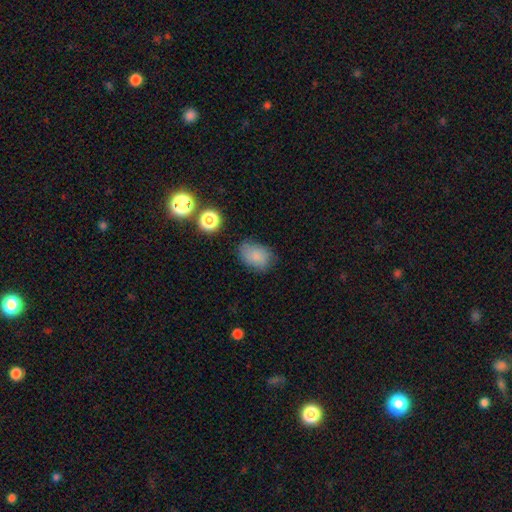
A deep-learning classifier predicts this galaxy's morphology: type=smooth (81%); roundness=in between (75%); merging=none (67%).